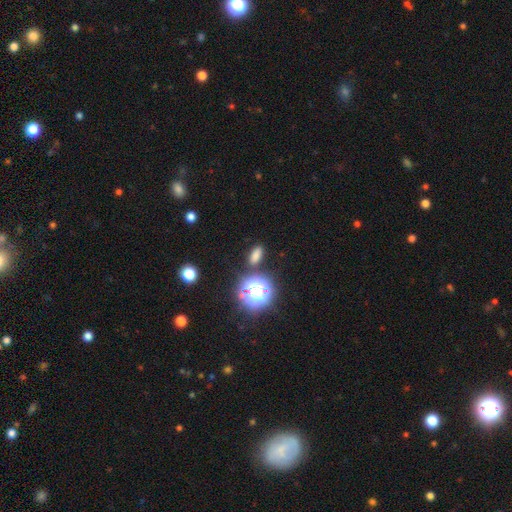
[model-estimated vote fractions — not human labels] This is likely a smooth galaxy (71%). How rounded: likely in between (70%). Merging: clearly none (83%).